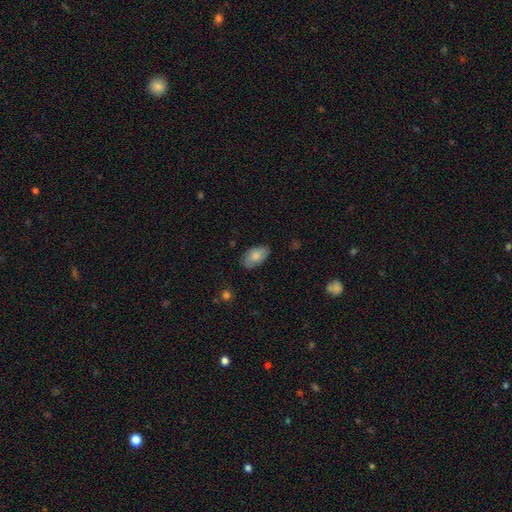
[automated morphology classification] The model was most divided on "merging": none: 79%, minor disturbance: 17%, major disturbance: 3%, merger: 1%. More confident: how rounded — in between (94%); smooth or featured — smooth (81%).